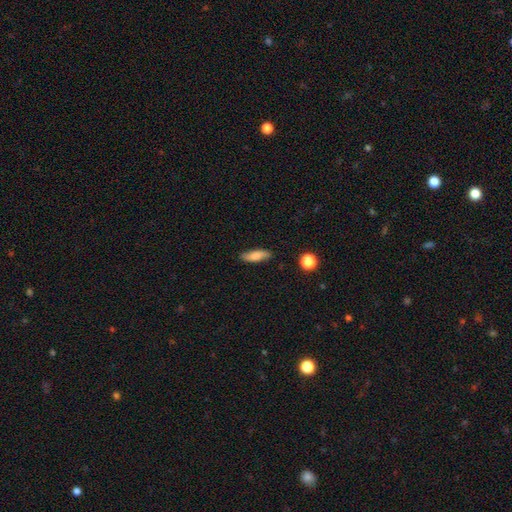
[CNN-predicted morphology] smooth-or-featured: smooth: 77% | featured or disk: 16% | star or artifact: 7%
  how-rounded: in between: 50% | cigar-shaped: 47% | round: 3%
  merging: none: 82% | minor disturbance: 13% | major disturbance: 2% | merger: 2%